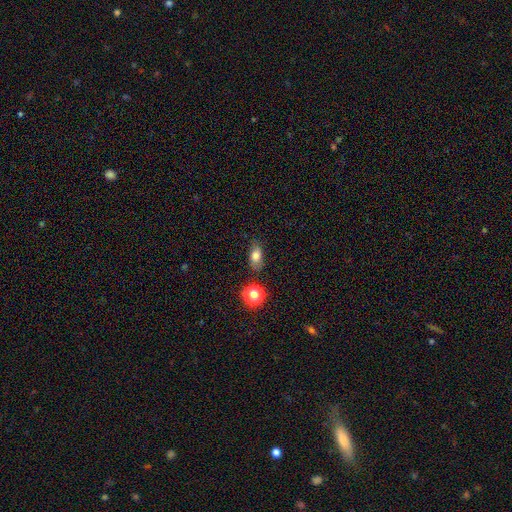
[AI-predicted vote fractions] This appears to be a smooth galaxy with no disk features (76%) that is in between round and cigar-shaped (82%). Merging: none (75%).